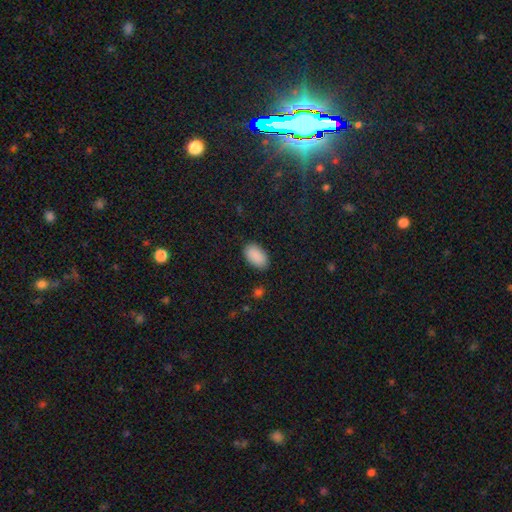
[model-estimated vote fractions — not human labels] Smooth or featured: smooth — 90% (star or artifact — 6%)
How rounded: in between — 95% (round — 4%)
Merging: none — 87% (minor disturbance — 10%)